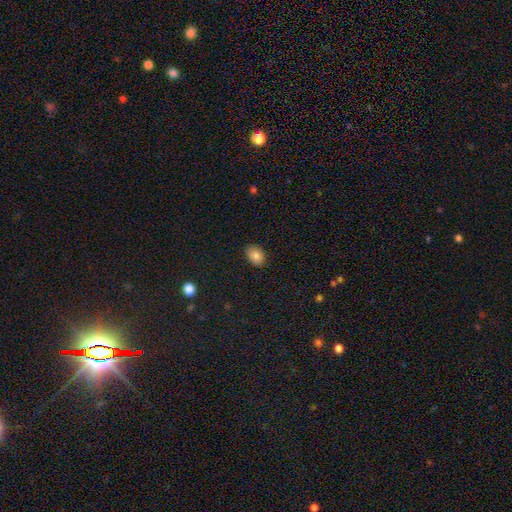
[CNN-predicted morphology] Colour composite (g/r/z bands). It shows a smooth galaxy with no disk features (83%) that is in between round and cigar-shaped (75%). Merging: none (85%).